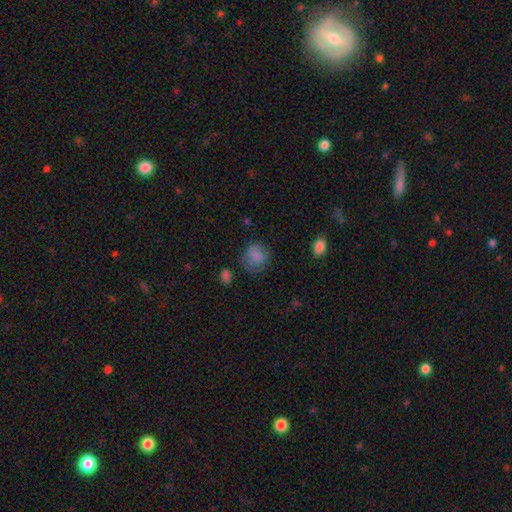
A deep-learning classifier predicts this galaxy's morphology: A smooth galaxy with no disk features (78%) that is round (71%). Merging: none (60%).